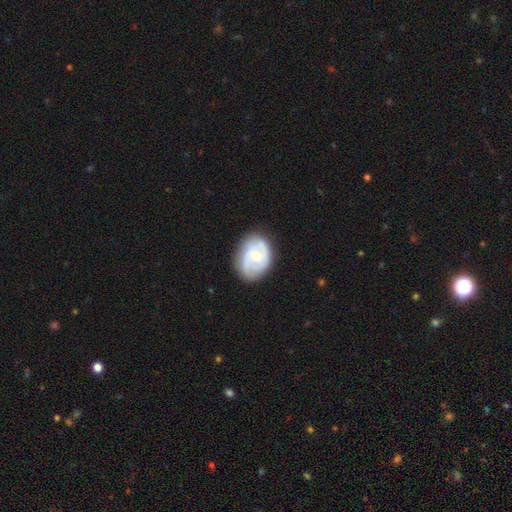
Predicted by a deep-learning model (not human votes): Overall: featured or disk (66%; smooth 28%). Edge-on disk: no (97%). Bar: no (64%; weak 31%). Spiral arms: yes (84%). Spiral arm count: 2 (50%; can't tell 26%). Spiral winding: tight (42%; medium 41%). Bulge size: small (57%; moderate 38%). Merging: none (70%).